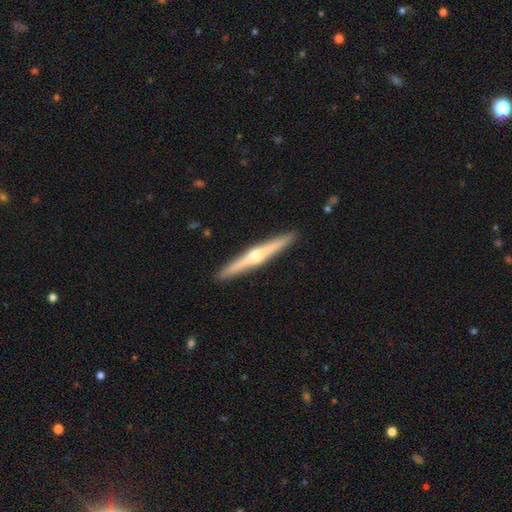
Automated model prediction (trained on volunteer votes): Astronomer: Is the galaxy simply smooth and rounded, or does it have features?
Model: featured or disk — 76%.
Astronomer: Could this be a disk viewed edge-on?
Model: yes — 98%.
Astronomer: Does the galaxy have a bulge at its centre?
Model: rounded — 92%.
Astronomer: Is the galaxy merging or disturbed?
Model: none — 92%.